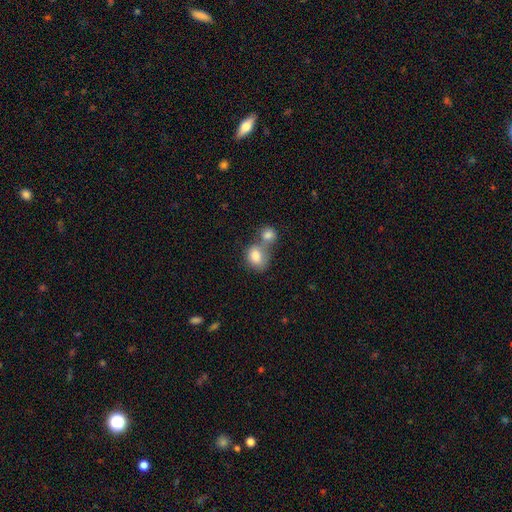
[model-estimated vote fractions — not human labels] This is clearly a smooth galaxy (82%). How rounded: possibly in between (55%). Merging: likely merger (60%).